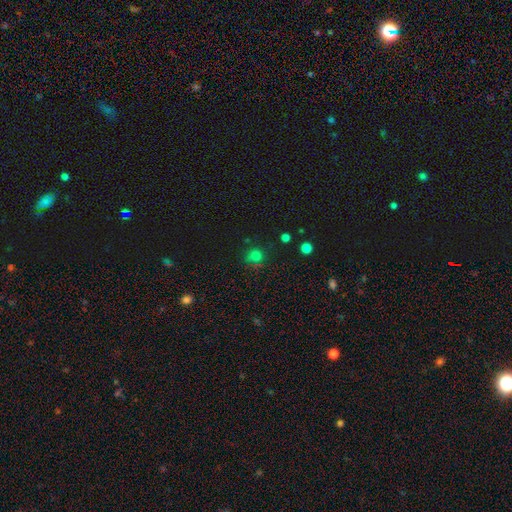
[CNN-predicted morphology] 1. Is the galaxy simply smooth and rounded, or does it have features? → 72% smooth, 21% star or artifact, 7% featured or disk.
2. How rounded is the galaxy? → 83% round, 16% in between, 1% cigar-shaped.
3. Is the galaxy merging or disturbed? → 66% none, 19% minor disturbance, 9% major disturbance, 6% merger.